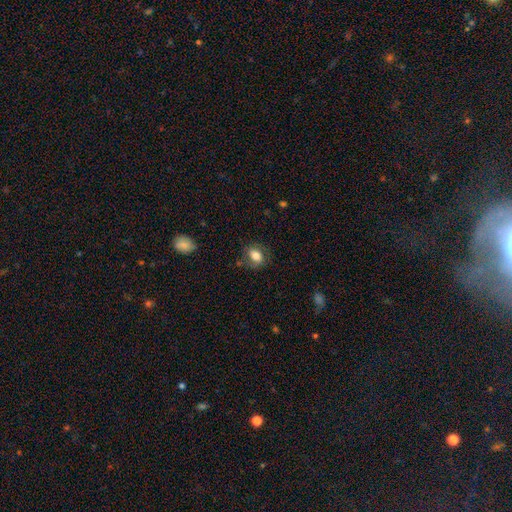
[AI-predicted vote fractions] This appears to be a smooth galaxy with no disk features (71%) that is in between round and cigar-shaped (68%). Merging: none (69%).